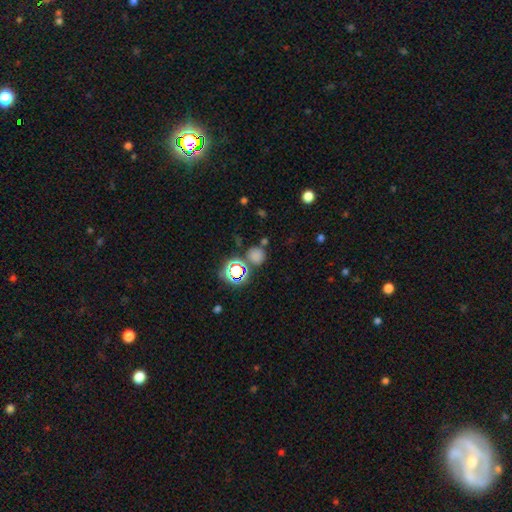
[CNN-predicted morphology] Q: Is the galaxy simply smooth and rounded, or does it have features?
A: smooth — 65%.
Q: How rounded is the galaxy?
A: round — 86%.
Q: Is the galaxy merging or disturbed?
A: none — 70%.